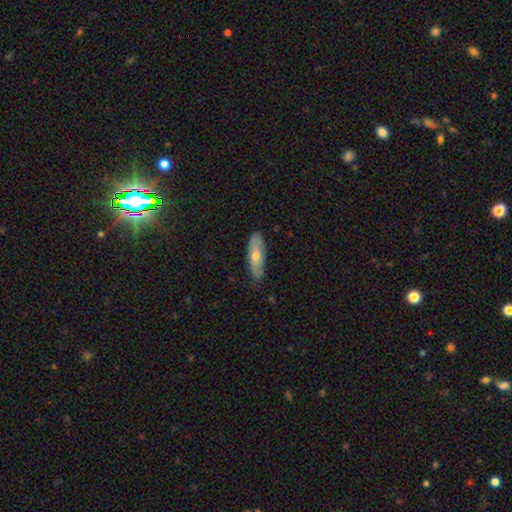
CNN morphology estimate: This appears to be a smooth galaxy with no disk features (56%) that is in between round and cigar-shaped (57%). Merging: none (77%).